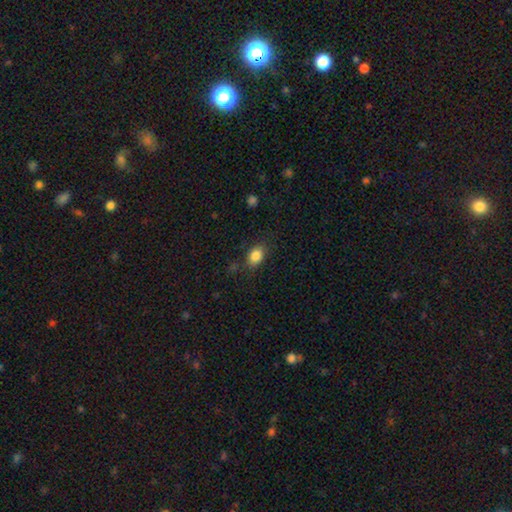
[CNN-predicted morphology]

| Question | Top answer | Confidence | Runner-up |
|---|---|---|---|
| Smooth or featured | smooth | 85% | star or artifact (9%) |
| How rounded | in between | 73% | round (25%) |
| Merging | none | 77% | minor disturbance (16%) |